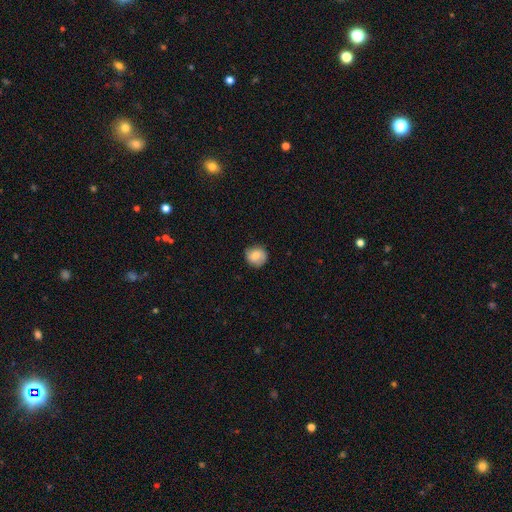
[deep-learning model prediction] Q: Smooth or featured?
A: smooth (74%); runner-up: featured or disk (18%)
Q: How rounded?
A: round (88%); runner-up: in between (11%)
Q: Merging?
A: none (81%); runner-up: minor disturbance (15%)